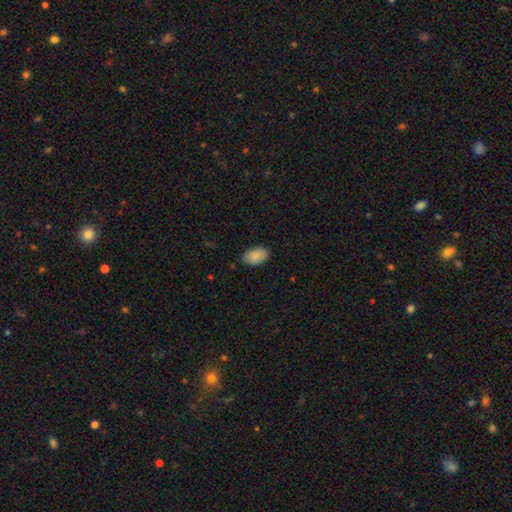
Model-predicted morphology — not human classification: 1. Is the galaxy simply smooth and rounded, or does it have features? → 88% smooth, 7% star or artifact, 5% featured or disk.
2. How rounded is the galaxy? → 91% in between, 8% round, 1% cigar-shaped.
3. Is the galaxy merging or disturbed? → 79% none, 17% minor disturbance, 3% major disturbance, 1% merger.